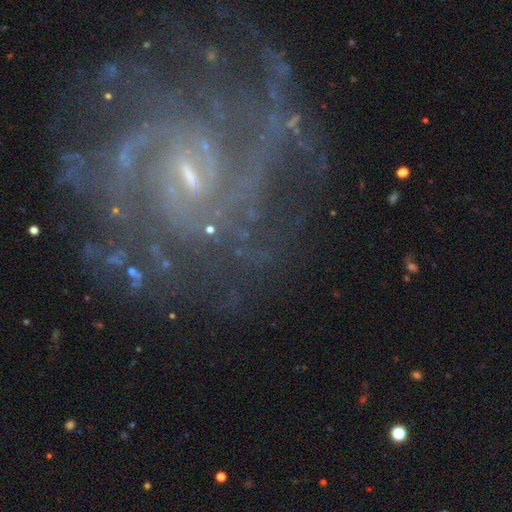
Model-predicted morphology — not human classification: Overall: featured or disk (88%). Edge-on disk: no (98%). Bar: weak (52%; strong 30%). Spiral arms: yes (96%). Spiral arm count: 2 (26%, tied with can't tell). Spiral winding: tight (54%; medium 36%). Bulge size: small (67%). Merging: none (63%).